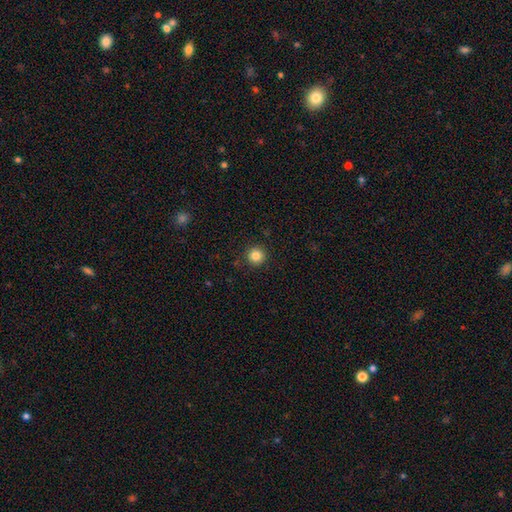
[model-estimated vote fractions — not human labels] Smooth or featured?
  - smooth: 84% *
  - star or artifact: 11%
  - featured or disk: 5%
How rounded?
  - round: 96% *
  - in between: 3%
  - cigar-shaped: 1%
Merging?
  - none: 91% *
  - minor disturbance: 5%
  - major disturbance: 2%
  - merger: 1%